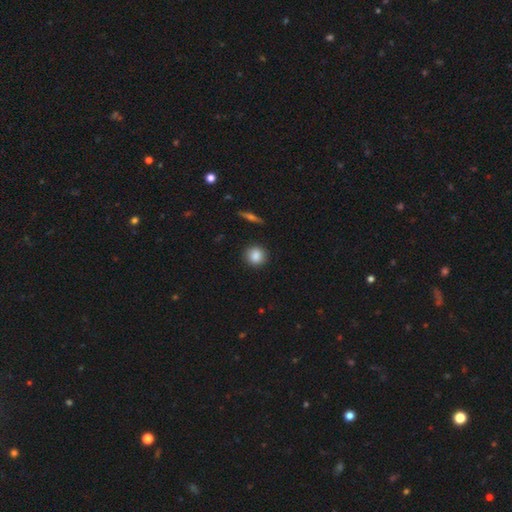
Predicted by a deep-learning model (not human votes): smooth-or-featured: smooth: 86% | star or artifact: 8% | featured or disk: 6%
  how-rounded: round: 90% | in between: 8% | cigar-shaped: 1%
  merging: none: 91% | minor disturbance: 6% | major disturbance: 2% | merger: 1%